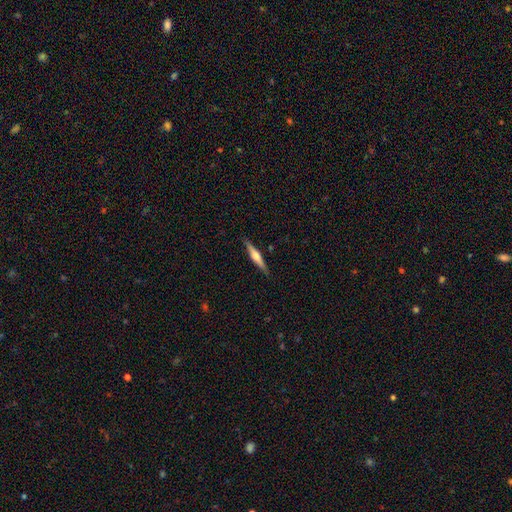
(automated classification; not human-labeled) Smooth or featured: featured or disk — 65% (smooth — 29%)
Edge-on disk: yes — 98% (no — 2%)
Edge-on bulge: rounded — 83% (boxy — 12%)
Merging: none — 89% (minor disturbance — 8%)